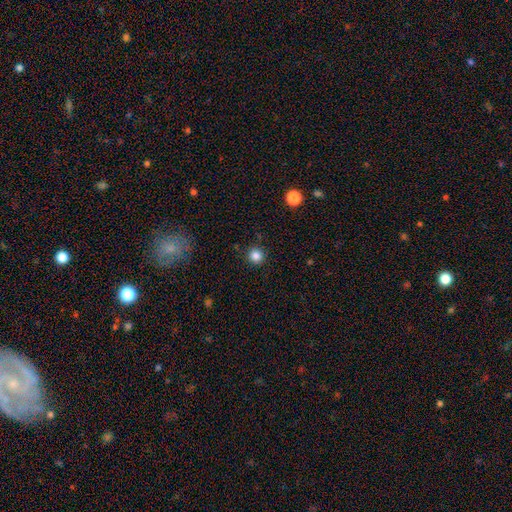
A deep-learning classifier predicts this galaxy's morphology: A smooth galaxy with no disk features (85%) that is round (95%).

Vote fractions:
- Smooth or featured? smooth: 85% / star or artifact: 12% / featured or disk: 4%
- How rounded? round: 95% / in between: 4% / cigar-shaped: 1%
- Merging? none: 90% / minor disturbance: 6% / major disturbance: 2% / merger: 1%